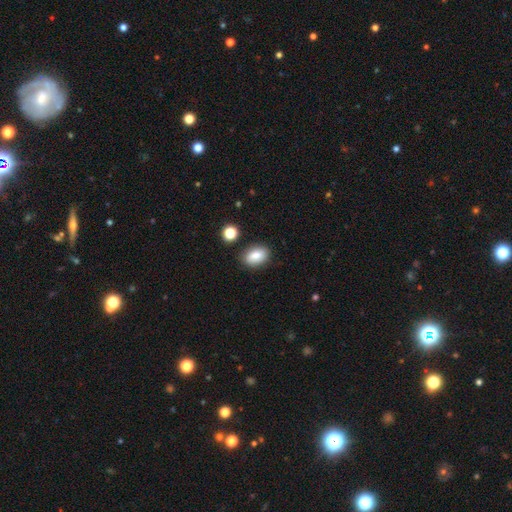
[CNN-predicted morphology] A smooth galaxy with no disk features (82%) that is in between round and cigar-shaped (86%). Merging: none (84%).